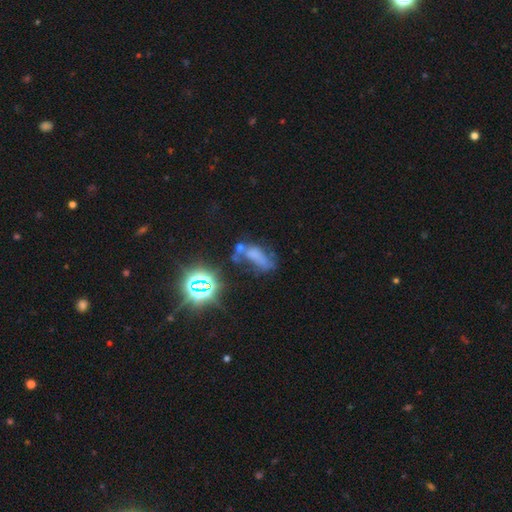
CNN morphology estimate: Smooth or featured? Predicted: smooth (p=0.45). Merging? Predicted: none (p=0.29).